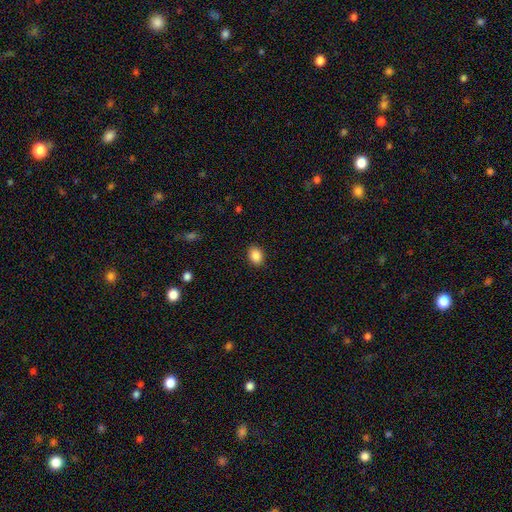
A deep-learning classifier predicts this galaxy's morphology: type=smooth (87%); roundness=in between (63%); merging=none (89%).